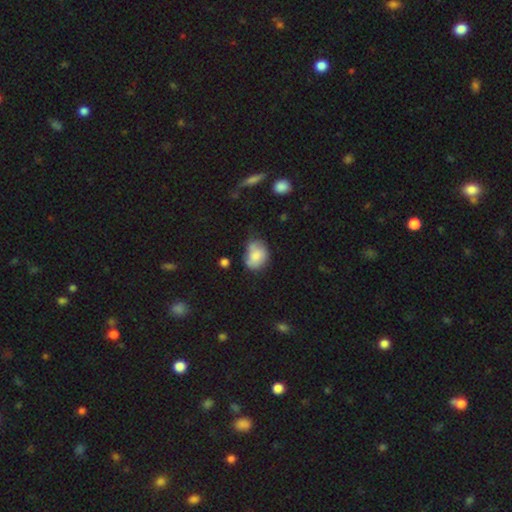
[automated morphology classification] smooth-or-featured: smooth: 70% | featured or disk: 22% | star or artifact: 8%
  how-rounded: in between: 62% | round: 37% | cigar-shaped: 1%
  merging: none: 47% | minor disturbance: 36% | major disturbance: 13% | merger: 5%